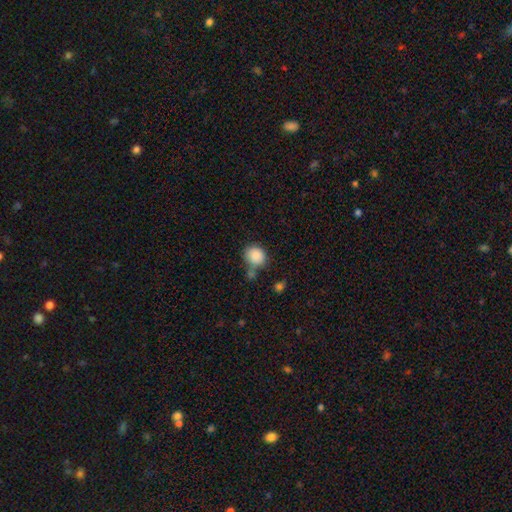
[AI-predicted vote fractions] Overall: smooth (87%). How rounded: round (75%). Merging: none (59%).